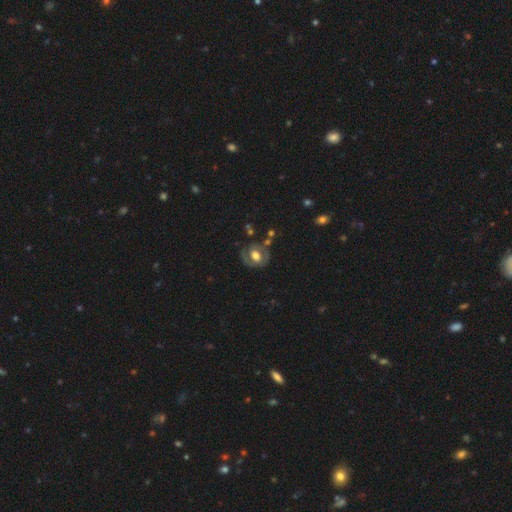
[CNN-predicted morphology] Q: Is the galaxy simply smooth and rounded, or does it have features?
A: featured or disk — 55%.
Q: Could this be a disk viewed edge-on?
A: no — 95%.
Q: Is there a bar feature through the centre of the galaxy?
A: no — 59%.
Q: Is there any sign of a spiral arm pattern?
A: no — 53%.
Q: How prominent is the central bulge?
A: moderate — 45%.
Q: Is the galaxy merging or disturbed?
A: none — 62%.